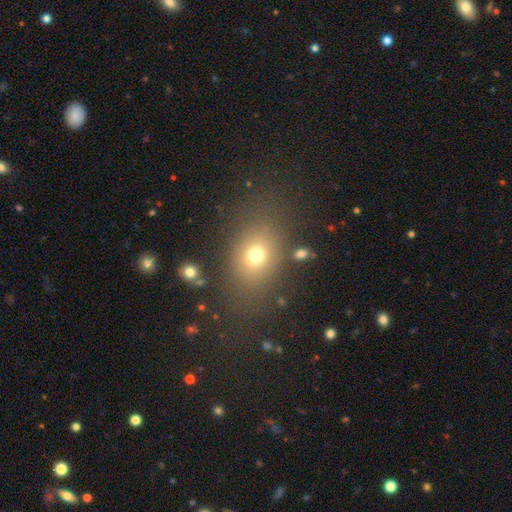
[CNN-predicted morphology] Q: Smooth or featured?
A: smooth (71%); runner-up: star or artifact (17%)
Q: How rounded?
A: in between (60%); runner-up: round (38%)
Q: Merging?
A: none (75%); runner-up: minor disturbance (13%)